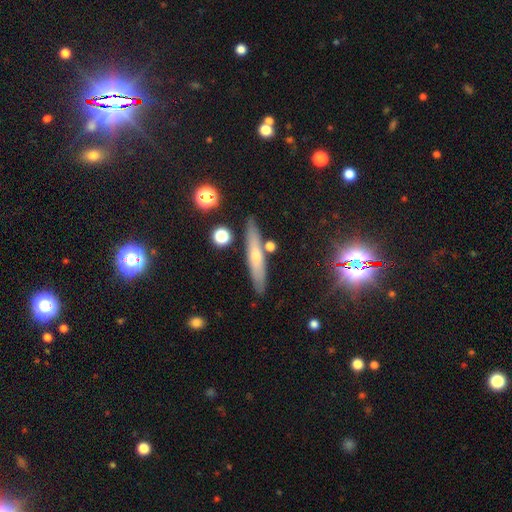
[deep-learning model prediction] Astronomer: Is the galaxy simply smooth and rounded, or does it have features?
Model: smooth — 48% (runner-up: featured or disk, 42%).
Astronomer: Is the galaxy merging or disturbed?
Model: none — 83%.